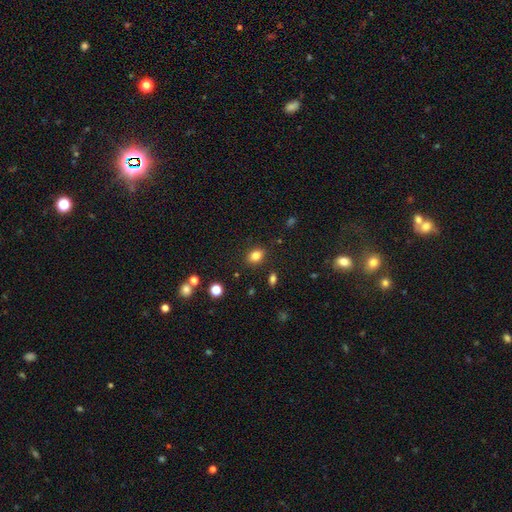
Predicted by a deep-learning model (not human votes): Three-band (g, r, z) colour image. It shows a smooth galaxy with no disk features (83%) that is in between round and cigar-shaped (63%). Merging: none (86%).